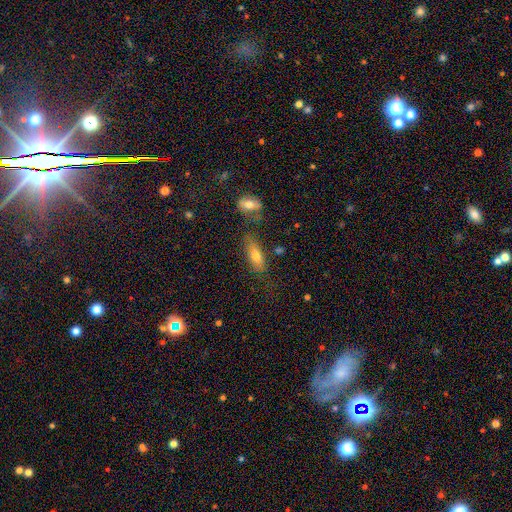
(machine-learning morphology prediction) This is likely a smooth galaxy (70%). How rounded: likely in between (69%). Merging: likely none (62%).